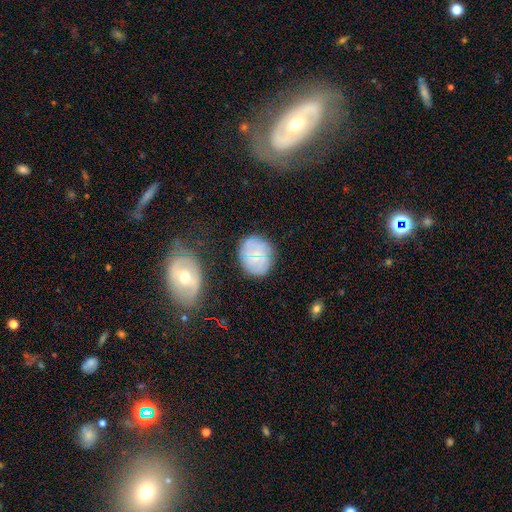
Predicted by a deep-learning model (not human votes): Morphology: type=smooth (50%); merging=none (71%).